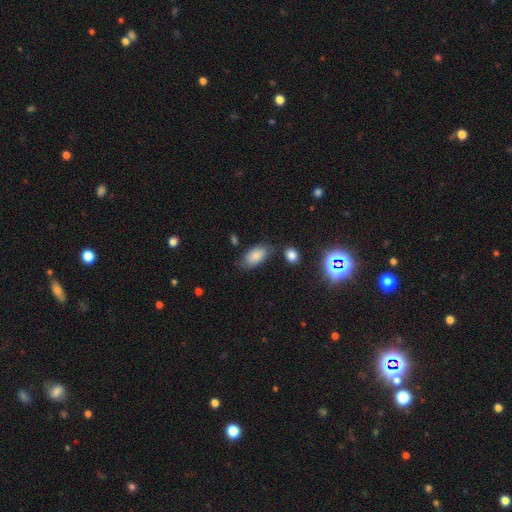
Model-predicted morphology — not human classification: This is clearly a smooth galaxy (83%). How rounded: clearly in between (93%). Merging: likely none (70%).